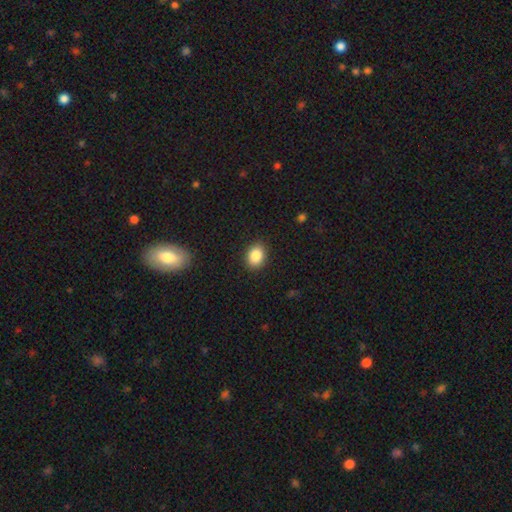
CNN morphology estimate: The model was most divided on "how rounded": in between: 62%, round: 37%, cigar-shaped: 1%. More confident: merging — none (89%); smooth or featured — smooth (87%).